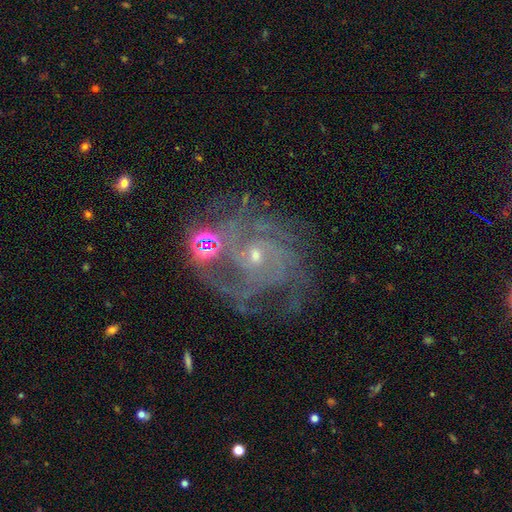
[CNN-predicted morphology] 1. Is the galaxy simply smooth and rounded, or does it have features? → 85% featured or disk, 10% star or artifact, 5% smooth.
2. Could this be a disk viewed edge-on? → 98% no, 2% yes.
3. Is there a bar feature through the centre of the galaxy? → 68% no, 26% weak, 7% strong.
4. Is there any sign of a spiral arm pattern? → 97% yes, 3% no.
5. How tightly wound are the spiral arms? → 56% tight, 37% medium, 7% loose.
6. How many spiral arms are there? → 26% 3, 21% can't tell, 21% 4, 16% 2, 9% more than 4, 7% 1.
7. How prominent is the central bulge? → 75% small, 21% moderate, 2% none, 1% large, 1% dominant.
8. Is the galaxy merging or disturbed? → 62% none, 18% minor disturbance, 14% major disturbance, 6% merger.